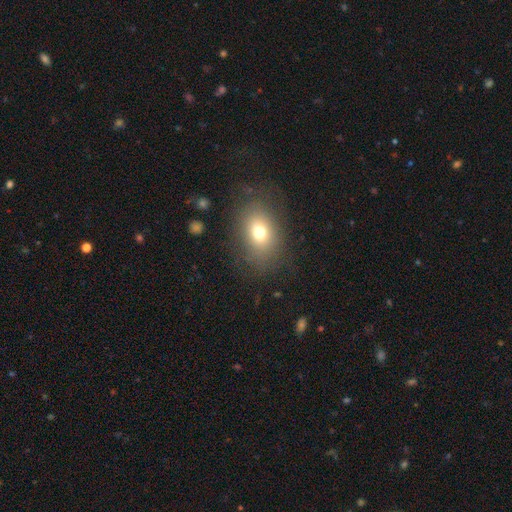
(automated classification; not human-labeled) A smooth galaxy with no disk features (69%) that is in between round and cigar-shaped (72%). Merging: none (83%).